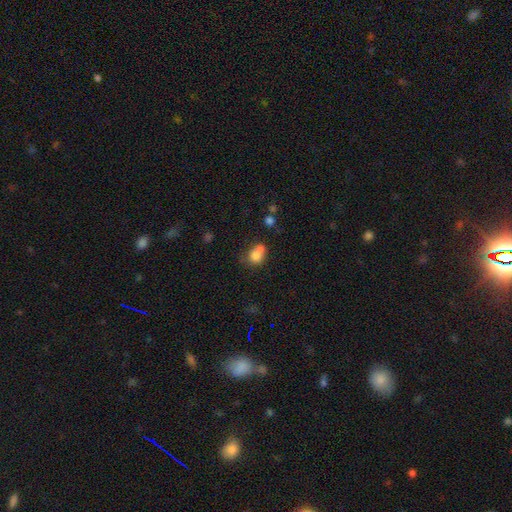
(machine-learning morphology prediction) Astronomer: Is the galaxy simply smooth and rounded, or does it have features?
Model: smooth — 75%.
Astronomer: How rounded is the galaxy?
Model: round — 58% (runner-up: in between, 41%).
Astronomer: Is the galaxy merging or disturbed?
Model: merger — 53%.